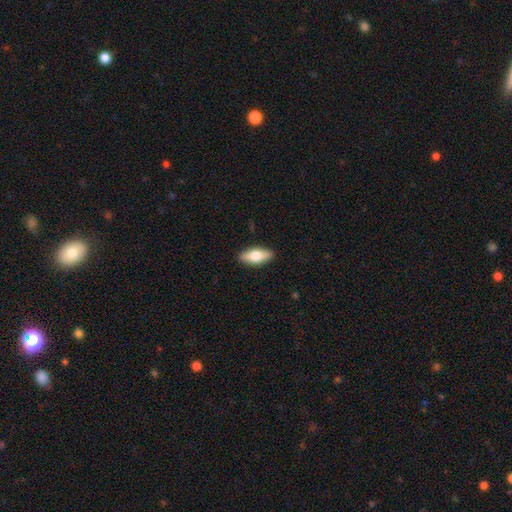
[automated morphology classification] Smooth or featured? smooth (67%)
How rounded? in between (75%)
Merging? none (89%)